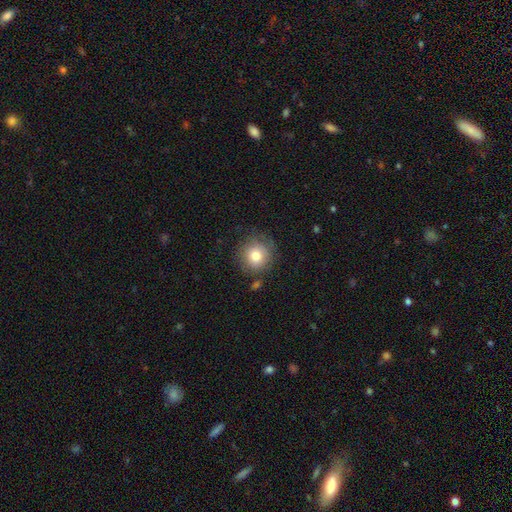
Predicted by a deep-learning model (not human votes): smooth_or_featured: smooth (p=0.80) [alt: featured or disk p=0.11]
how_rounded: round (p=0.91) [alt: in between p=0.08]
merging: none (p=0.79) [alt: minor disturbance p=0.13]